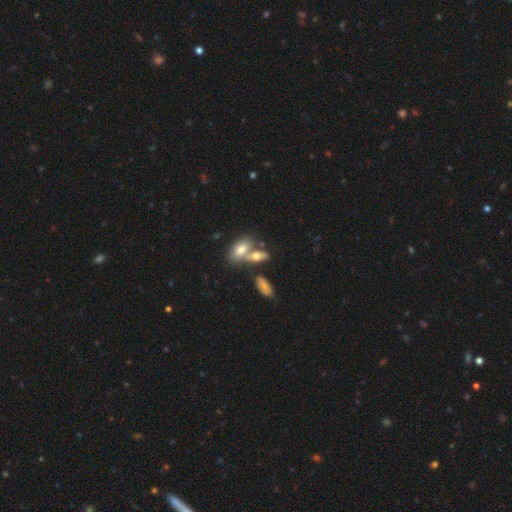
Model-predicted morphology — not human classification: Smooth or featured?
  - smooth: 60% *
  - featured or disk: 27%
  - star or artifact: 13%
How rounded?
  - in between: 82% *
  - round: 11%
  - cigar-shaped: 7%
Merging?
  - merger: 48% *
  - none: 38%
  - minor disturbance: 10%
  - major disturbance: 4%